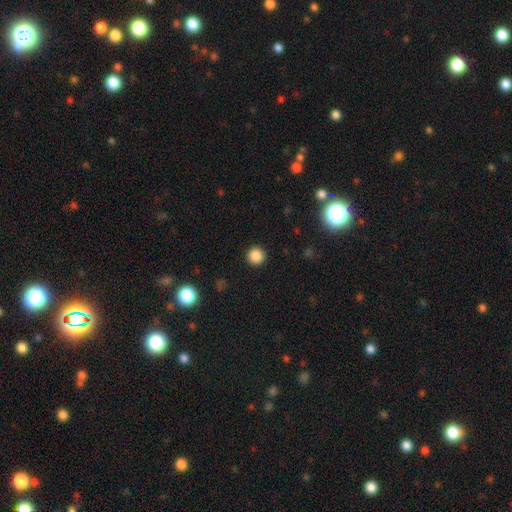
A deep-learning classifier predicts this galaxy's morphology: Overall: smooth (86%). How rounded: round (95%). Merging: none (92%).